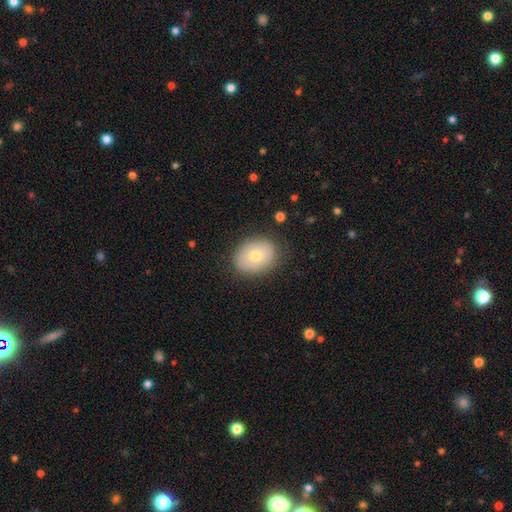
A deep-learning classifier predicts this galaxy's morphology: type=smooth (71%); roundness=in between (55%); merging=none (82%).